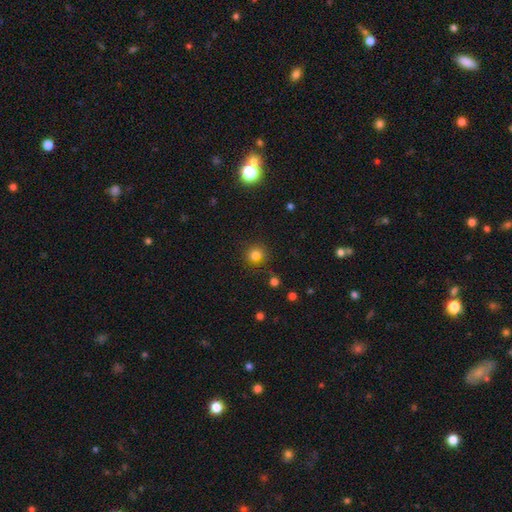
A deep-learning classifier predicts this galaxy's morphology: type=smooth (79%); roundness=round (85%); merging=none (82%).